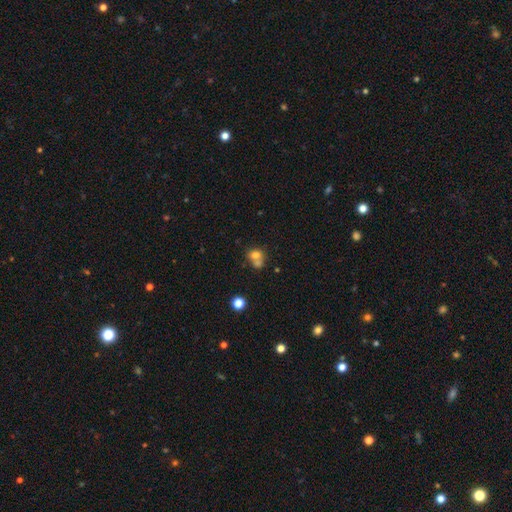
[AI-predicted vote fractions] smooth-or-featured: smooth: 71% | featured or disk: 16% | star or artifact: 13%
  how-rounded: round: 64% | in between: 35% | cigar-shaped: 1%
  merging: merger: 53% | none: 33% | minor disturbance: 9% | major disturbance: 5%